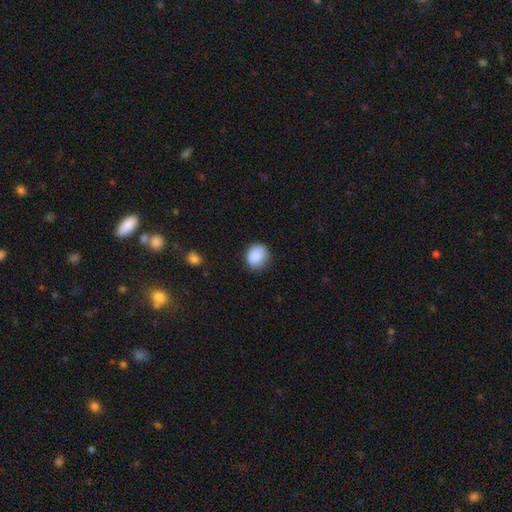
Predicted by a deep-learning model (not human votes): A smooth galaxy with no disk features (88%) that is round (68%).

Vote fractions:
- Smooth or featured? smooth: 88% / star or artifact: 8% / featured or disk: 4%
- How rounded? round: 68% / in between: 31% / cigar-shaped: 1%
- Merging? none: 78% / minor disturbance: 17% / major disturbance: 3% / merger: 1%